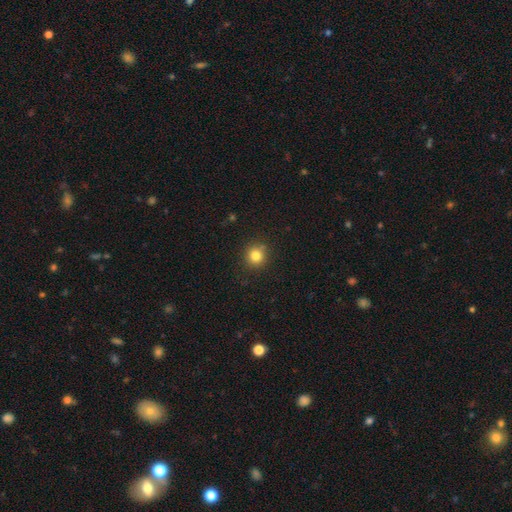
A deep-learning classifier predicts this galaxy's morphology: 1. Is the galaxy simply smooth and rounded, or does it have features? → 81% smooth, 13% star or artifact, 6% featured or disk.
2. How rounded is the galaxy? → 92% round, 7% in between, 1% cigar-shaped.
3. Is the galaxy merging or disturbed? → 86% none, 9% minor disturbance, 3% merger, 3% major disturbance.